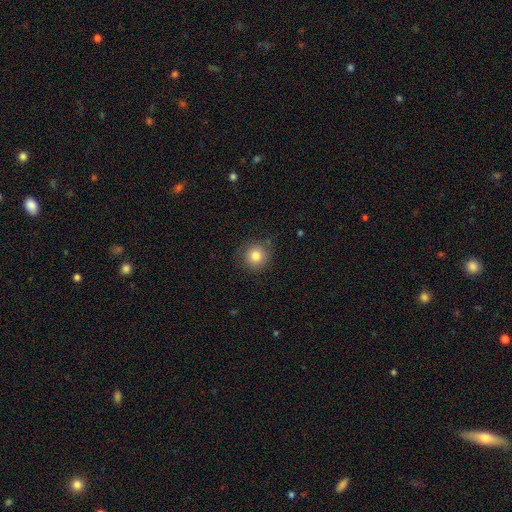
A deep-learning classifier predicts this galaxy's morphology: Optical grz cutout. It shows a smooth galaxy with no disk features (81%) that is round (92%). Merging: none (81%).